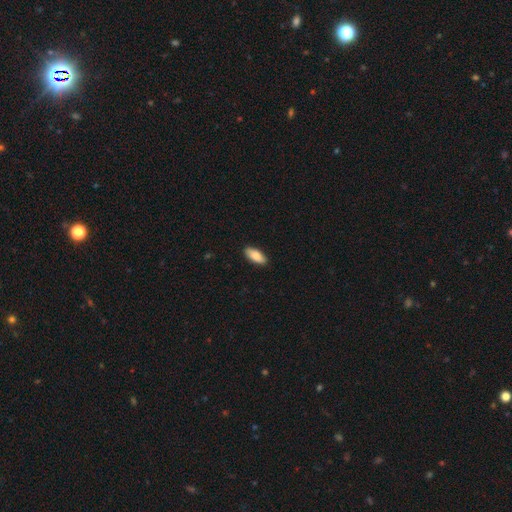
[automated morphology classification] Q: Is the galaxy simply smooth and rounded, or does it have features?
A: smooth — 86%.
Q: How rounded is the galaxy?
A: in between — 84%.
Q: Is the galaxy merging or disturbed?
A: none — 89%.